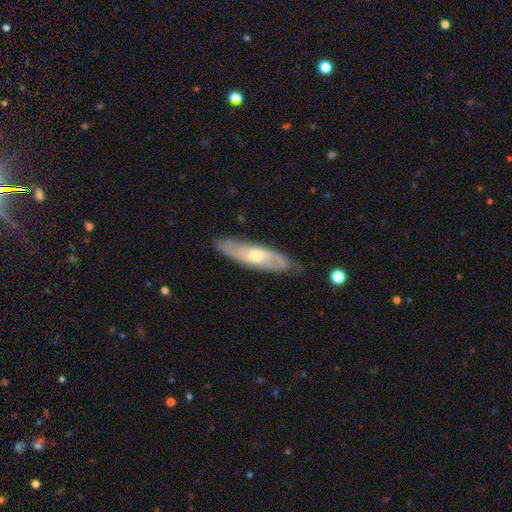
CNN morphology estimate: featured or disk 71%, smooth 22%, star or artifact 7%. Down the decision tree: edge-on disk — no (66%); merging — none (80%).